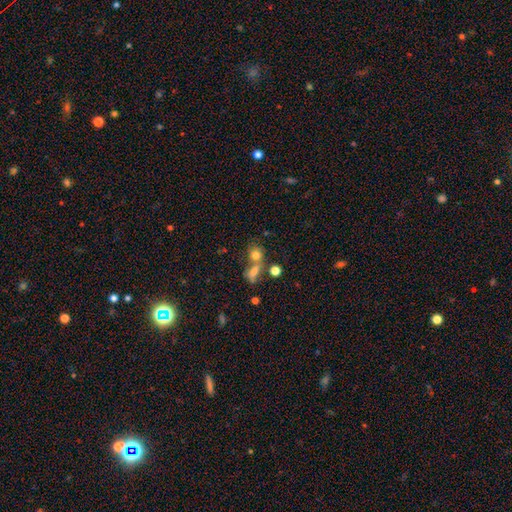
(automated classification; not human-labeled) Smooth or featured? smooth (71%)
How rounded? round (64%)
Merging? merger (44%)